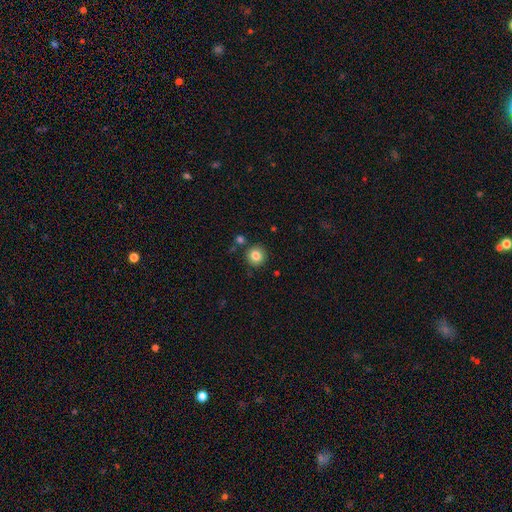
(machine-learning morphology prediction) smooth 84%, star or artifact 10%, featured or disk 6%. Down the decision tree: how rounded — round (93%); merging — none (86%).